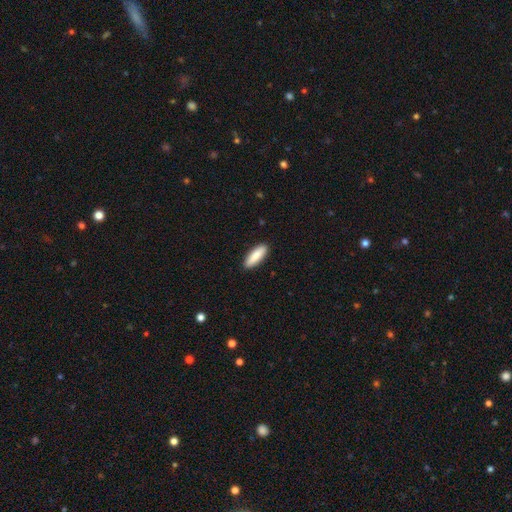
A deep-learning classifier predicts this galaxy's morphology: smooth 88%, featured or disk 7%, star or artifact 5%. Down the decision tree: how rounded — in between (55%); merging — none (91%).